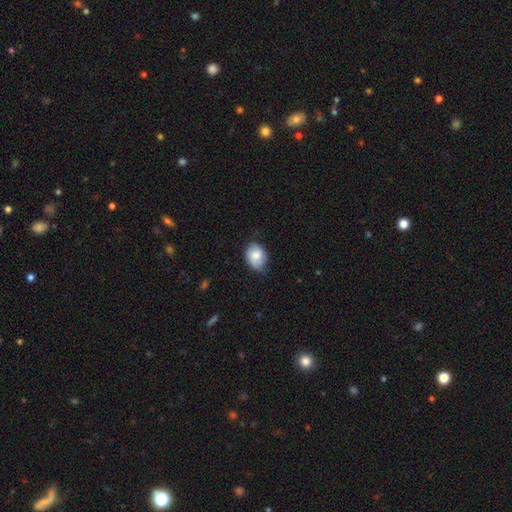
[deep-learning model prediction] This is clearly a smooth galaxy (81%). How rounded: likely in between (65%). Merging: likely none (69%).